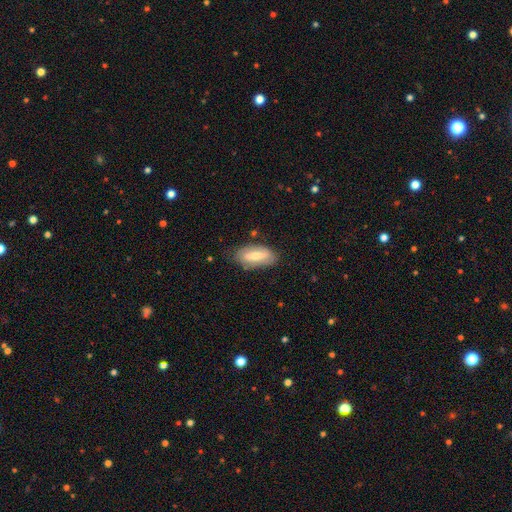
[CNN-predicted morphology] This is possibly a smooth galaxy (55%). How rounded: clearly in between (82%). Merging: likely none (75%).